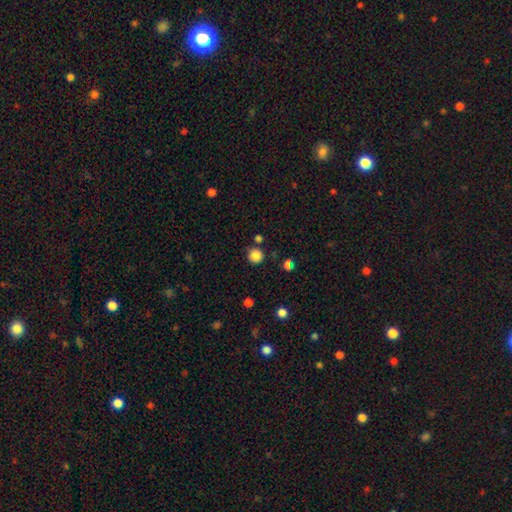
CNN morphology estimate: Q: Smooth or featured?
A: smooth (84%); runner-up: star or artifact (12%)
Q: How rounded?
A: round (94%); runner-up: in between (5%)
Q: Merging?
A: none (83%); runner-up: minor disturbance (9%)